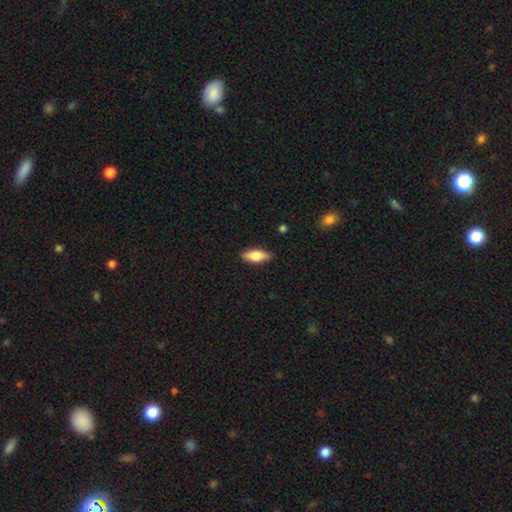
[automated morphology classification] type=smooth (63%); roundness=in between (70%); merging=none (88%).